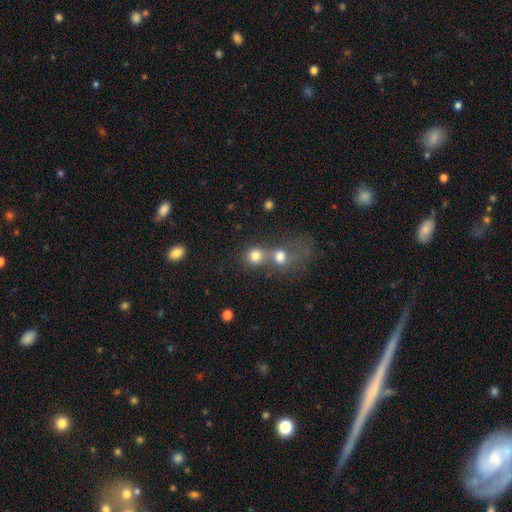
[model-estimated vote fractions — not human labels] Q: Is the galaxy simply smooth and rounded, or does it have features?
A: smooth — 79%.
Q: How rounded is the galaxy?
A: round — 84%.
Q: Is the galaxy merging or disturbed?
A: merger — 53%.